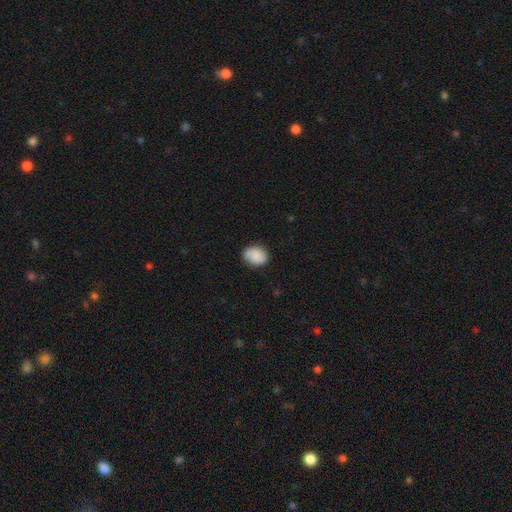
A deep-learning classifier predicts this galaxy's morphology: This is likely a smooth galaxy (79%). How rounded: possibly round (50%). Merging: likely none (75%).